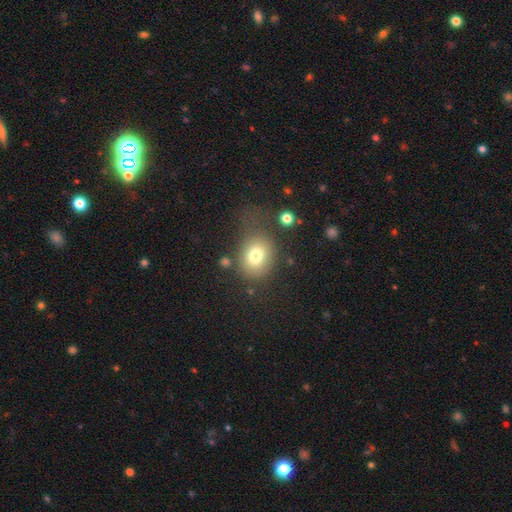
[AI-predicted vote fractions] Smooth or featured: smooth — 76% (featured or disk — 13%)
How rounded: round — 56% (in between — 43%)
Merging: none — 56% (minor disturbance — 21%)